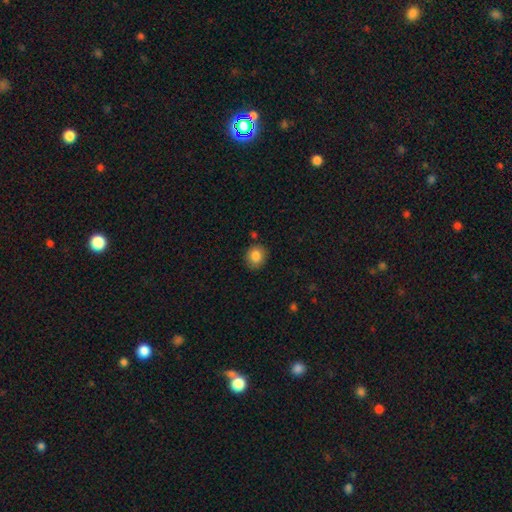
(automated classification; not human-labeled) This is clearly a smooth galaxy (85%). How rounded: likely round (76%). Merging: clearly none (85%).